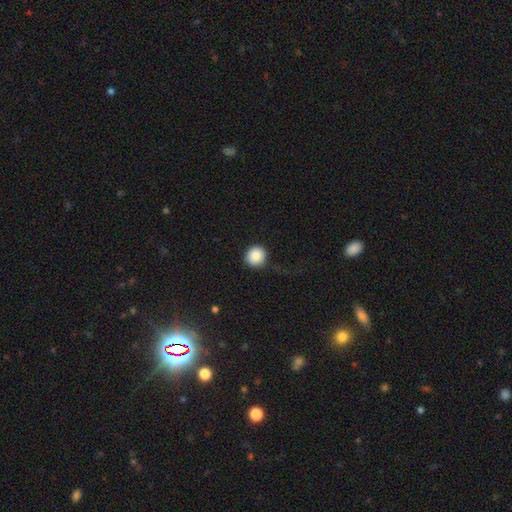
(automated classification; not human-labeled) A smooth galaxy with no disk features (86%) that is round (94%).

Vote fractions:
- Smooth or featured? smooth: 86% / star or artifact: 8% / featured or disk: 5%
- How rounded? round: 94% / in between: 5% / cigar-shaped: 1%
- Merging? none: 80% / minor disturbance: 13% / major disturbance: 6% / merger: 2%